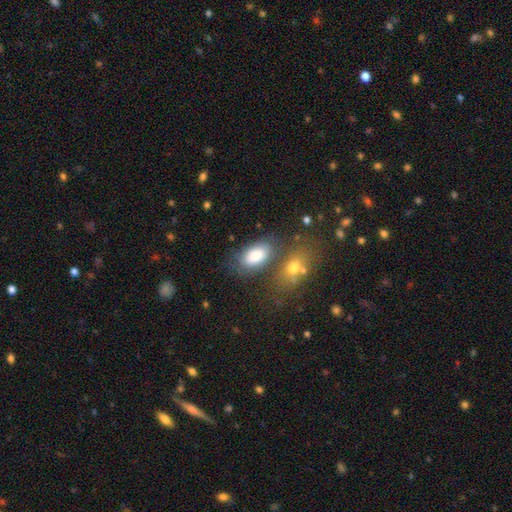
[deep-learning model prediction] A smooth galaxy with no disk features (84%) that is in between round and cigar-shaped (92%). Merging: none (63%).